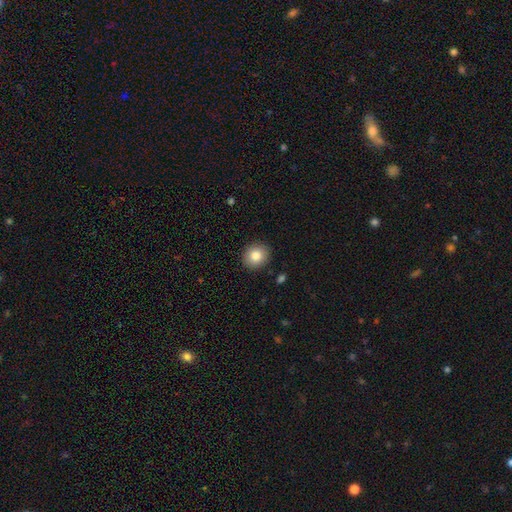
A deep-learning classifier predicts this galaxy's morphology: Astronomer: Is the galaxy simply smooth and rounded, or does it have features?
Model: smooth — 82%.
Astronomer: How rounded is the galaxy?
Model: round — 83%.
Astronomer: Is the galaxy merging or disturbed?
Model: none — 91%.